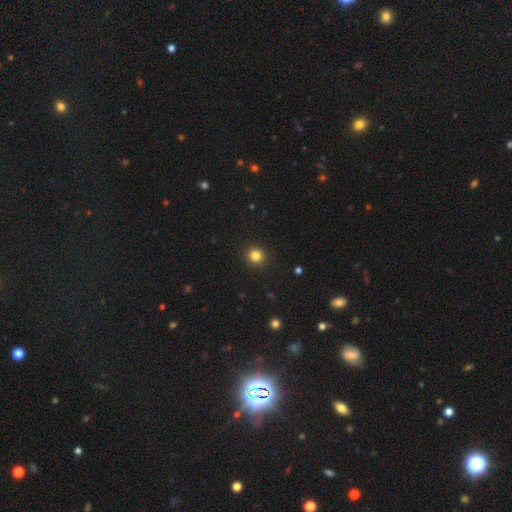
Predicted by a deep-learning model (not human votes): Q: Smooth or featured?
A: smooth (83%); runner-up: star or artifact (12%)
Q: How rounded?
A: round (91%); runner-up: in between (8%)
Q: Merging?
A: none (92%); runner-up: minor disturbance (6%)